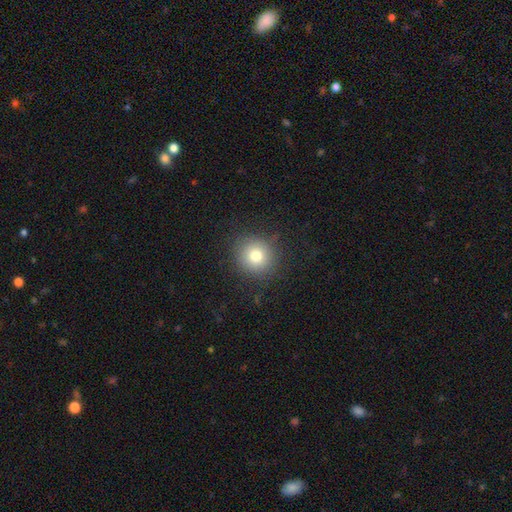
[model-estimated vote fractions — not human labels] Overall: smooth (78%). How rounded: round (92%). Merging: none (87%).